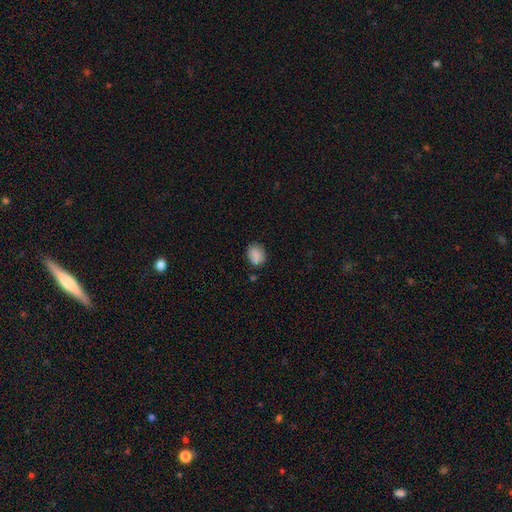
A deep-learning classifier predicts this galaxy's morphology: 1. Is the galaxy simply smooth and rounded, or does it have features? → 86% smooth, 8% star or artifact, 5% featured or disk.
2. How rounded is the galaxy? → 50% round, 49% in between, 1% cigar-shaped.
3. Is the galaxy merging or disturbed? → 76% none, 18% minor disturbance, 4% major disturbance, 3% merger.